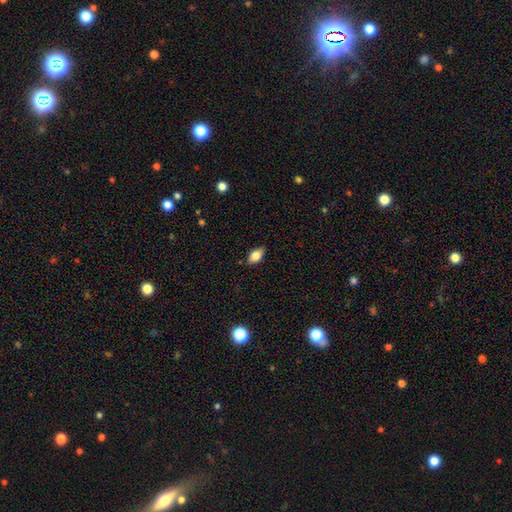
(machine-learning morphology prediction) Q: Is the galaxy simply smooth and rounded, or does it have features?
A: smooth — 80%.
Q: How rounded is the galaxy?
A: in between — 89%.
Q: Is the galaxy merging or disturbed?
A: none — 86%.